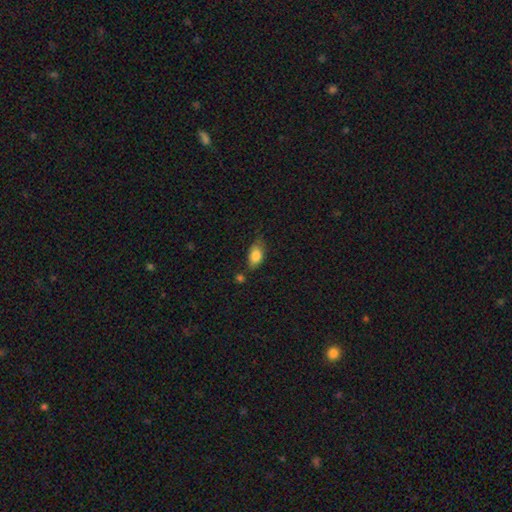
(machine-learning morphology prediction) A smooth galaxy with no disk features (83%) that is in between round and cigar-shaped (88%). Merging: none (55%).